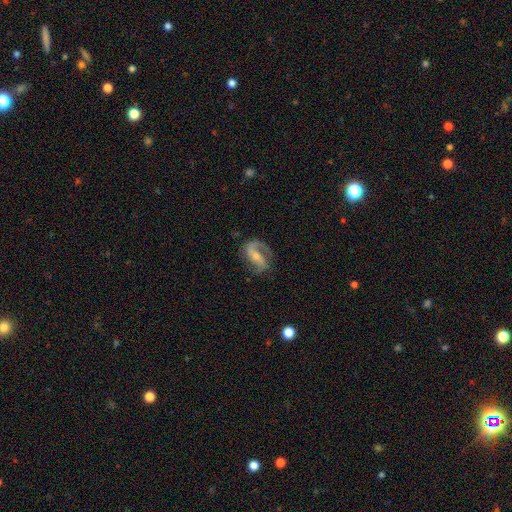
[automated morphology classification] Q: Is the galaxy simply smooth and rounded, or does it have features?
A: featured or disk — 86%.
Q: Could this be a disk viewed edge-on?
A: no — 97%.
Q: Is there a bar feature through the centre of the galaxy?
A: weak — 38%.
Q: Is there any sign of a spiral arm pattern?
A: yes — 95%.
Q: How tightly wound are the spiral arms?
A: medium — 45%.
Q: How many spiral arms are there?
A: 2 — 78%.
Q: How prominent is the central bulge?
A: small — 55%.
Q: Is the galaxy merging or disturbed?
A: none — 70%.